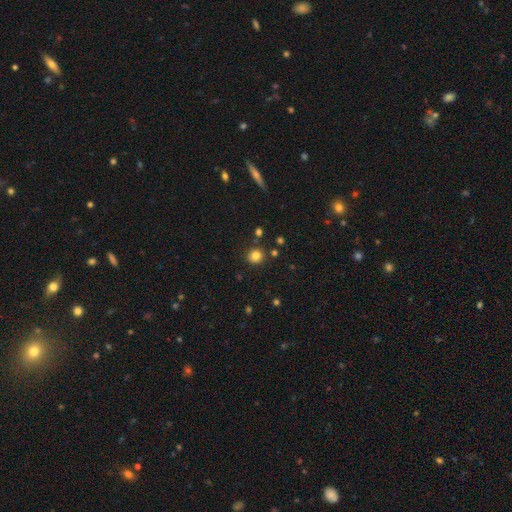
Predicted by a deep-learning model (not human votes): Overall: smooth (81%). How rounded: round (89%). Merging: none (87%).